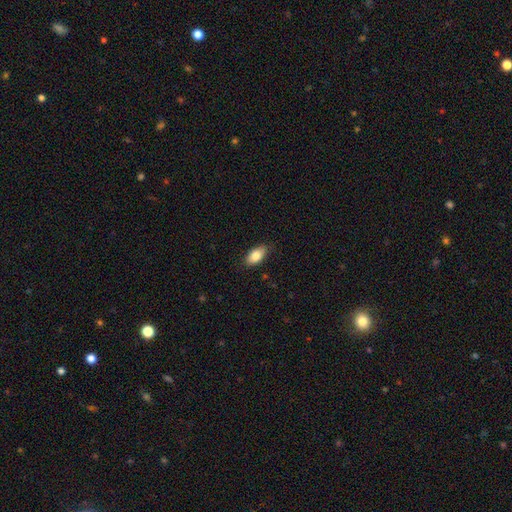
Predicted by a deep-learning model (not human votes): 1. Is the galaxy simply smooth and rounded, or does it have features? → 84% smooth, 9% featured or disk, 7% star or artifact.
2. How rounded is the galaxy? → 91% in between, 4% cigar-shaped, 4% round.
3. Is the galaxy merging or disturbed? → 84% none, 13% minor disturbance, 2% major disturbance, 1% merger.